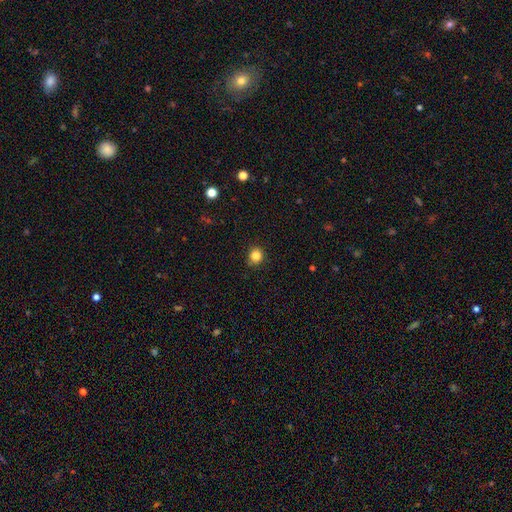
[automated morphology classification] Smooth or featured? Predicted: smooth (p=0.84). How rounded? Predicted: round (p=0.85). Merging? Predicted: none (p=0.84).